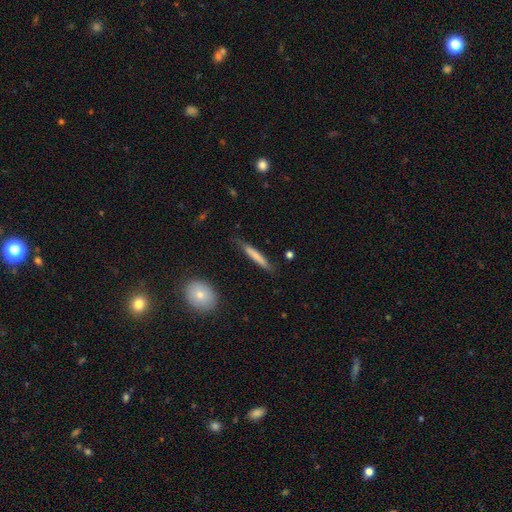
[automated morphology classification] A smooth galaxy with no disk features (70%) that is cigar-shaped (93%). Merging: none (75%).